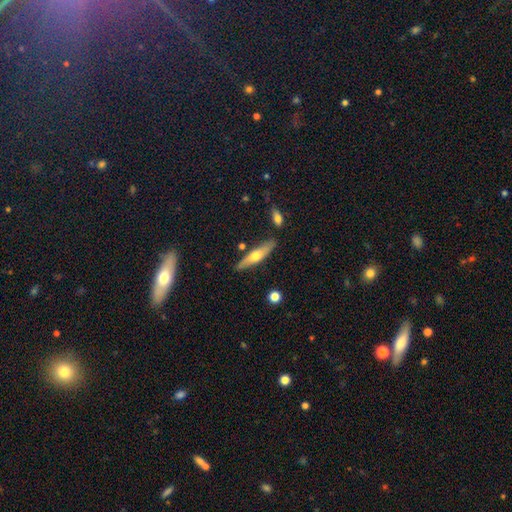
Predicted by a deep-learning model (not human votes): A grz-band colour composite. It shows a featured or disk galaxy (50%) viewed edge-on (89%). Merging: none (82%).